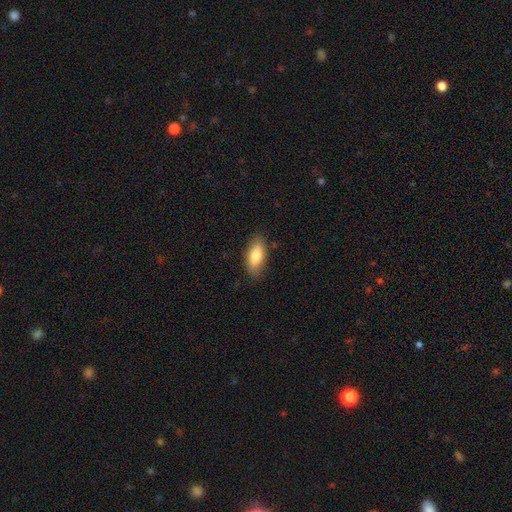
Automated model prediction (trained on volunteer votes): The model was most divided on "smooth or featured": smooth: 80%, featured or disk: 14%, star or artifact: 6%. More confident: how rounded — in between (85%); merging — none (85%).